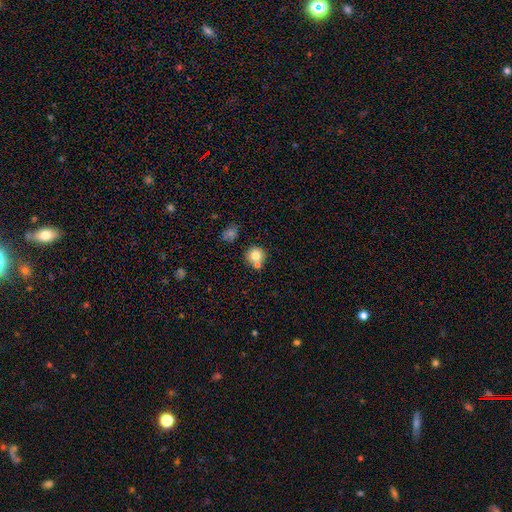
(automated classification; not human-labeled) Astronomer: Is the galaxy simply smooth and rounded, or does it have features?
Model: smooth — 78%.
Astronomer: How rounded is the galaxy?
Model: round — 91%.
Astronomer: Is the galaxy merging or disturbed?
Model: none — 64%.